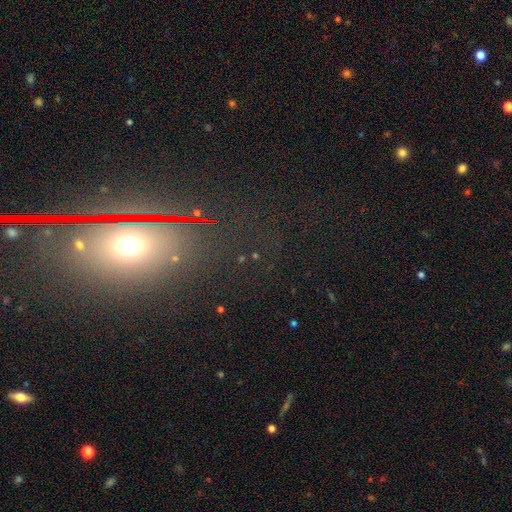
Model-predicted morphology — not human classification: Smooth or featured? Predicted: star or artifact (p=0.73).